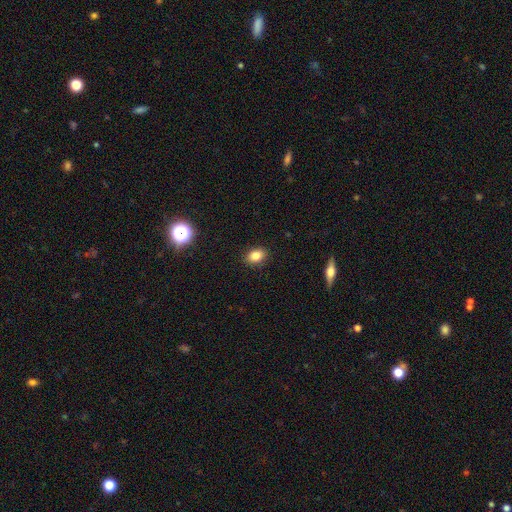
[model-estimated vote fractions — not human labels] A smooth galaxy with no disk features (83%) that is in between round and cigar-shaped (74%). Merging: none (89%).